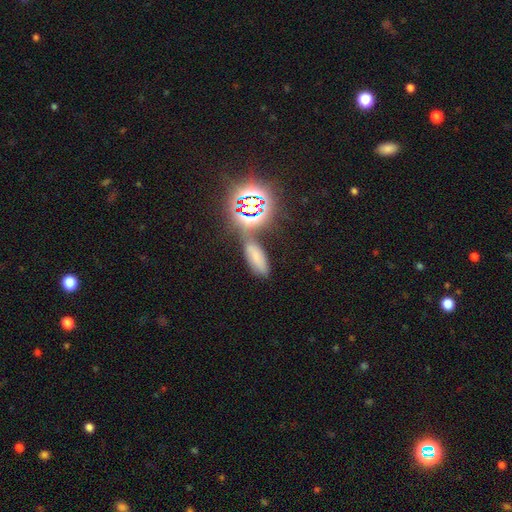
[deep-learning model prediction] smooth_or_featured: smooth (p=0.54) [alt: star or artifact p=0.35]
how_rounded: in between (p=0.72) [alt: cigar-shaped p=0.20]
merging: none (p=0.64) [alt: minor disturbance p=0.15]